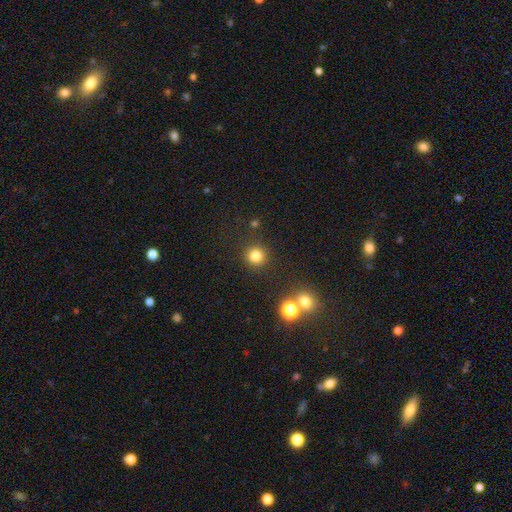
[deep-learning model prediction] A smooth galaxy with no disk features (81%) that is round (93%). Merging: none (87%).